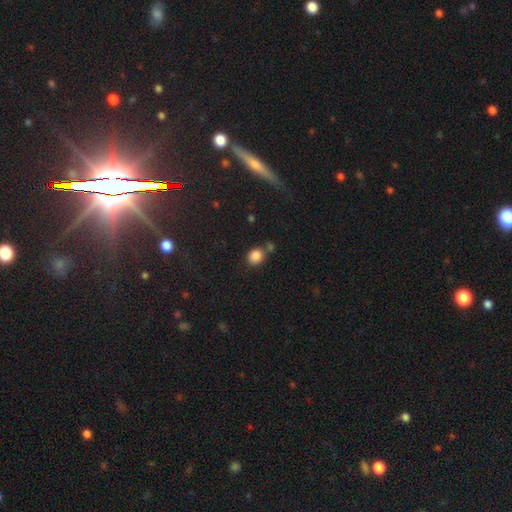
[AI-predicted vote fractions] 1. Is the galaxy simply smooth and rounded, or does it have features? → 85% smooth, 11% star or artifact, 5% featured or disk.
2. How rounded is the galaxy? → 74% round, 25% in between, 1% cigar-shaped.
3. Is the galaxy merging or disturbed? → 66% none, 17% merger, 13% minor disturbance, 4% major disturbance.